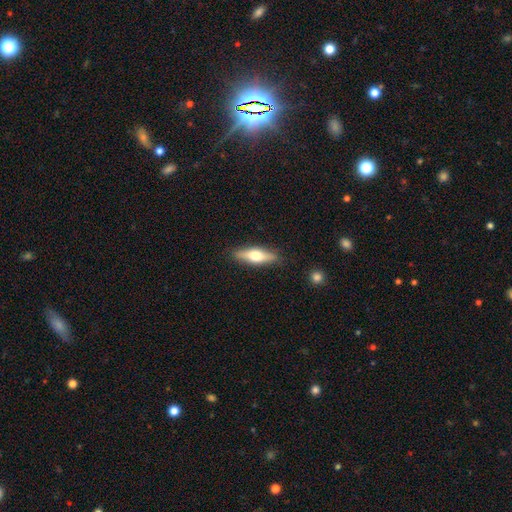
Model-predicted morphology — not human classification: smooth-or-featured: smooth: 50% | featured or disk: 45% | star or artifact: 6%
  merging: none: 87% | minor disturbance: 9% | major disturbance: 2% | merger: 1%